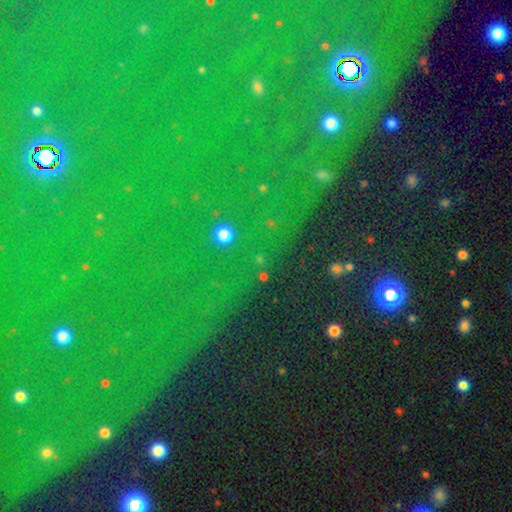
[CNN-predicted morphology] star or artifact 81%, smooth 10%, featured or disk 9%.